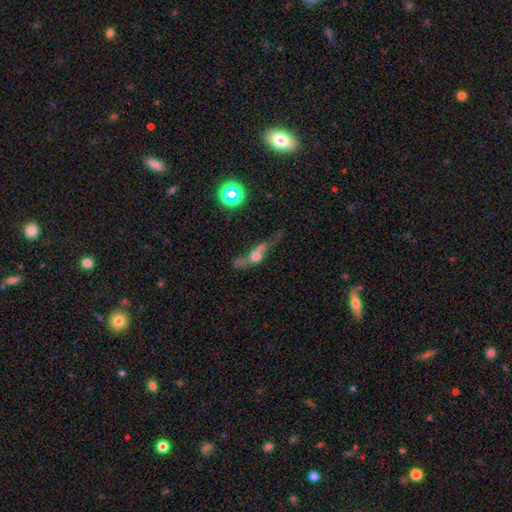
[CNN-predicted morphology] A featured or disk galaxy (53%).

Vote fractions:
- Smooth or featured? featured or disk: 53% / smooth: 32% / star or artifact: 15%
- Edge-on disk? no: 62% / yes: 38%
- Merging? major disturbance: 40% / none: 25% / merger: 19% / minor disturbance: 16%